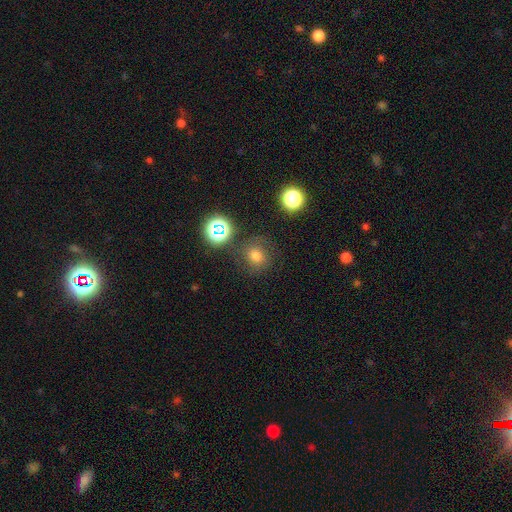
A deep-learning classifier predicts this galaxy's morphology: type=smooth (68%); roundness=round (84%); merging=none (79%).